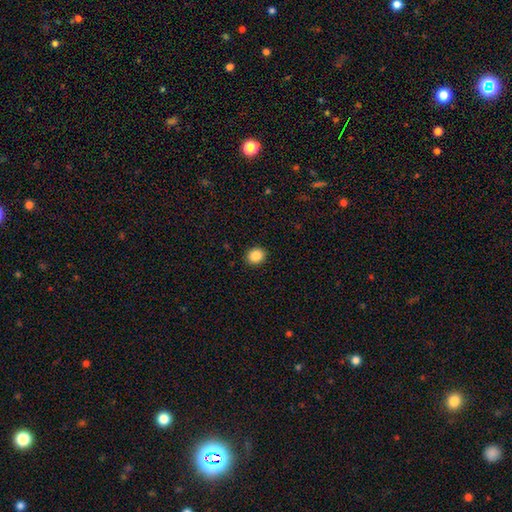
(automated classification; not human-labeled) smooth 88%, star or artifact 9%, featured or disk 3%. Down the decision tree: how rounded — round (65%); merging — none (90%).